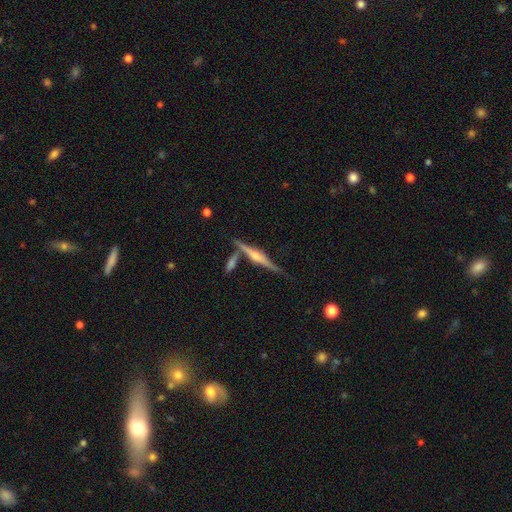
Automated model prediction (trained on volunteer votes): The model was most divided on "merging": none: 76%, minor disturbance: 12%, merger: 10%, major disturbance: 3%. More confident: edge-on disk — yes (98%); edge-on bulge — rounded (86%); smooth or featured — featured or disk (80%).